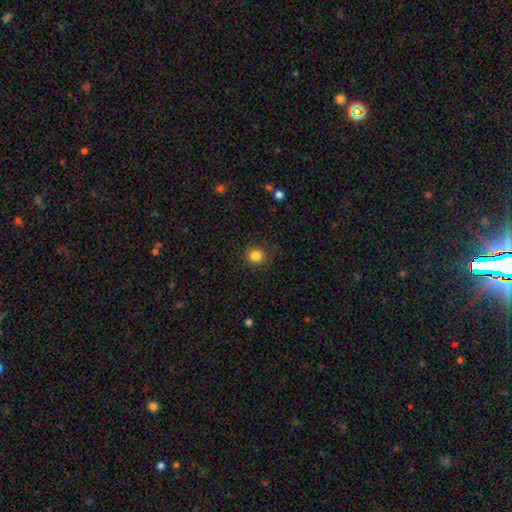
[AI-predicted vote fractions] A smooth galaxy with no disk features (84%) that is round (92%). Merging: none (89%).